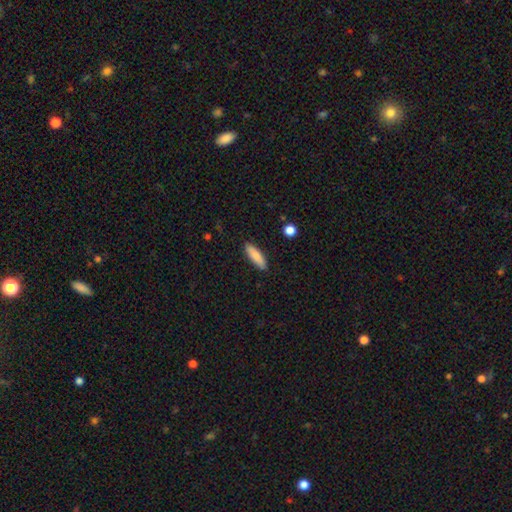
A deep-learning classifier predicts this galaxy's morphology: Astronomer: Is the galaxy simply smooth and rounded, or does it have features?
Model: smooth — 83%.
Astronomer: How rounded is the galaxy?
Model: cigar-shaped — 58% (runner-up: in between, 41%).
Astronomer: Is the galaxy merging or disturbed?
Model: none — 89%.